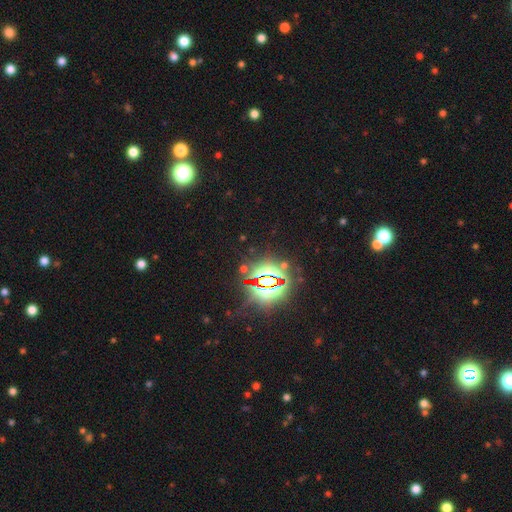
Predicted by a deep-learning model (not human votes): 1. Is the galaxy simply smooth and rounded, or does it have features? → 86% star or artifact, 8% smooth, 6% featured or disk.